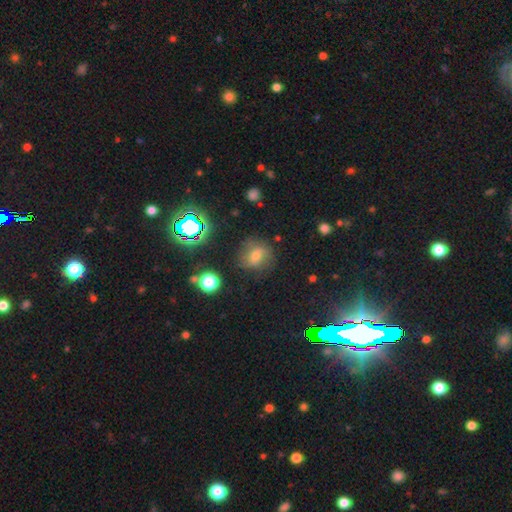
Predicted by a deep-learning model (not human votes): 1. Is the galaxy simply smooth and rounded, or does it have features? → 51% smooth, 25% star or artifact, 24% featured or disk.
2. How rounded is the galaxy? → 73% round, 26% in between, 2% cigar-shaped.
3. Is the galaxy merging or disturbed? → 72% none, 17% minor disturbance, 8% major disturbance, 2% merger.